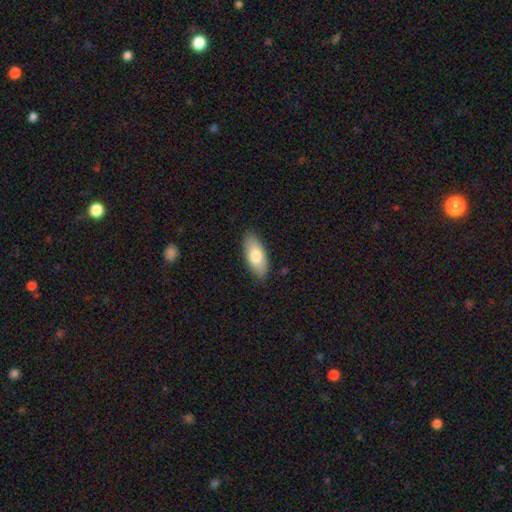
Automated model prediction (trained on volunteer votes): smooth 76%, featured or disk 18%, star or artifact 6%. Down the decision tree: how rounded — in between (87%); merging — none (86%).